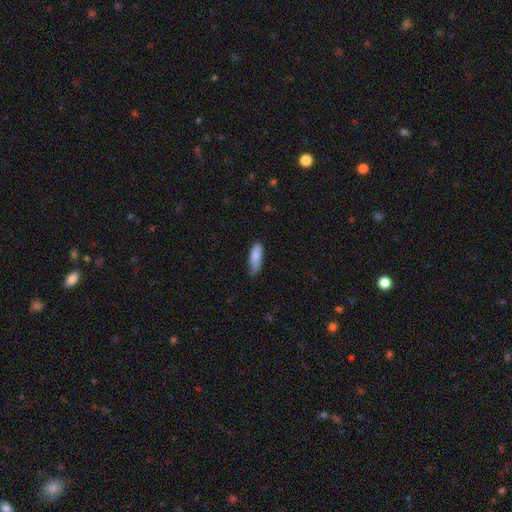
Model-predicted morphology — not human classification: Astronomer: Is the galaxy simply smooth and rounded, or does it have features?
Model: smooth — 86%.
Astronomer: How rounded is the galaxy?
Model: in between — 61% (runner-up: cigar-shaped, 37%).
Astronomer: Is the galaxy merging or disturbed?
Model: none — 66%.